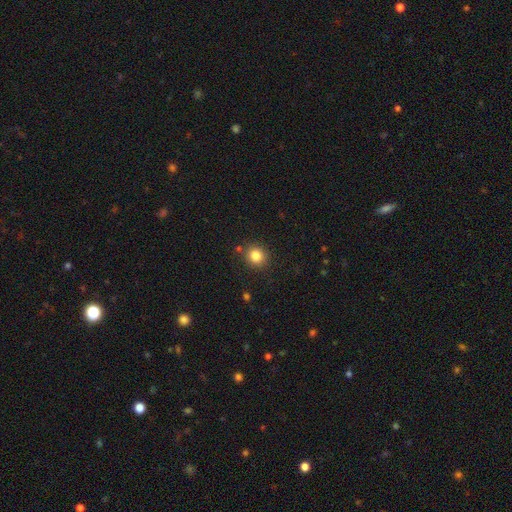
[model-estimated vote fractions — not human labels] A smooth galaxy with no disk features (83%) that is round (85%). Merging: none (86%).